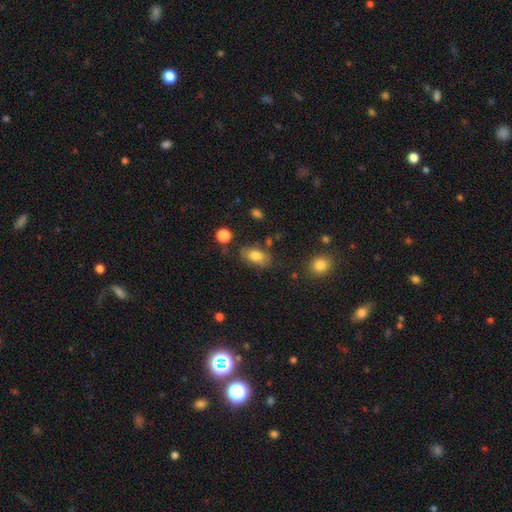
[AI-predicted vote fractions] This is likely a smooth galaxy (78%). How rounded: clearly in between (89%). Merging: likely none (69%).